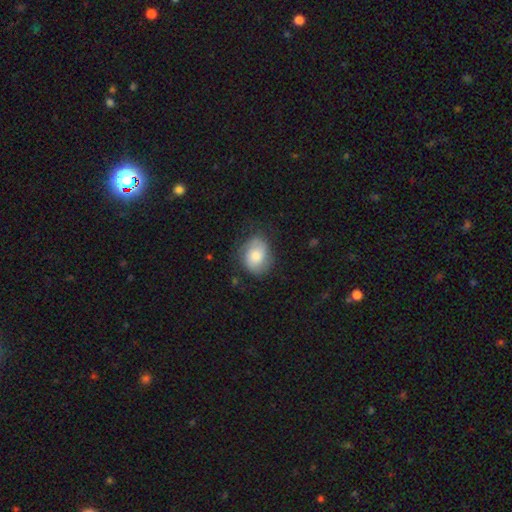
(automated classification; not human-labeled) A smooth galaxy with no disk features (67%) that is in between round and cigar-shaped (54%). Merging: none (65%).